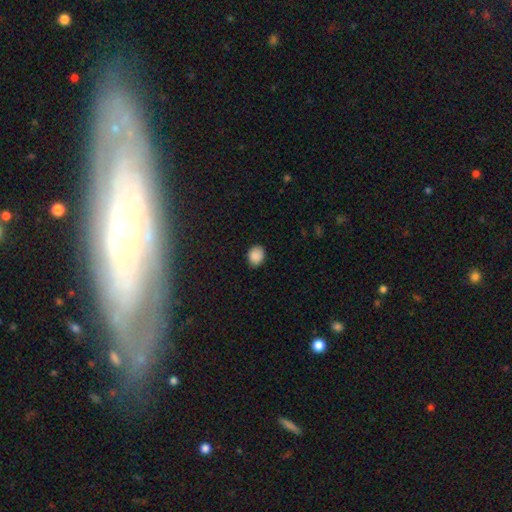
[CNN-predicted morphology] smooth-or-featured: smooth: 89% | star or artifact: 9% | featured or disk: 3%
  how-rounded: round: 56% | in between: 43% | cigar-shaped: 1%
  merging: none: 87% | minor disturbance: 10% | major disturbance: 2% | merger: 1%